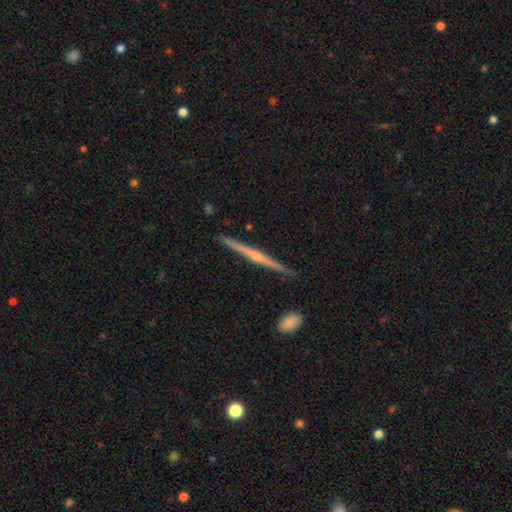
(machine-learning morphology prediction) Smooth or featured: featured or disk — 78% (smooth — 17%)
Edge-on disk: yes — 98% (no — 2%)
Edge-on bulge: rounded — 77% (none — 18%)
Merging: none — 91% (minor disturbance — 7%)